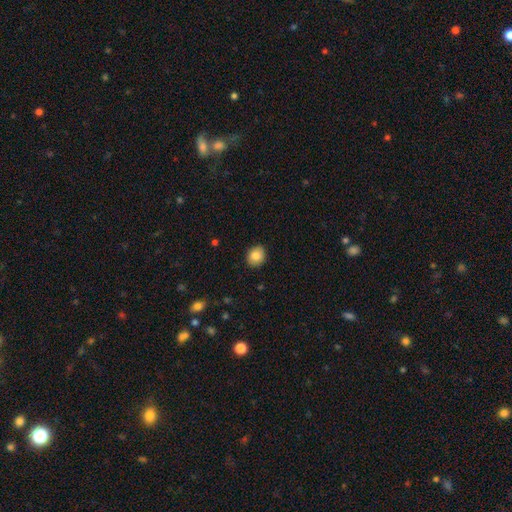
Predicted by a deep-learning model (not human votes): Smooth or featured? Predicted: smooth (p=0.84). How rounded? Predicted: round (p=0.67). Merging? Predicted: none (p=0.90).